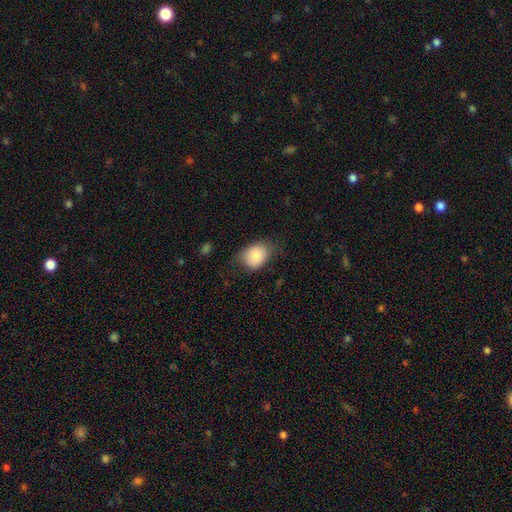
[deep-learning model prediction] A smooth galaxy with no disk features (82%) that is in between round and cigar-shaped (58%).

Vote fractions:
- Smooth or featured? smooth: 82% / featured or disk: 10% / star or artifact: 8%
- How rounded? in between: 58% / round: 41% / cigar-shaped: 1%
- Merging? none: 63% / minor disturbance: 27% / major disturbance: 8% / merger: 1%